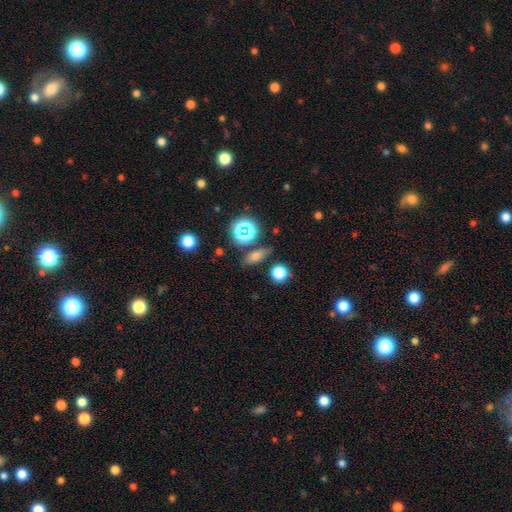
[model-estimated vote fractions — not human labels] smooth-or-featured: smooth: 64% | star or artifact: 24% | featured or disk: 12%
  how-rounded: in between: 54% | round: 24% | cigar-shaped: 22%
  merging: none: 80% | minor disturbance: 11% | merger: 5% | major disturbance: 4%